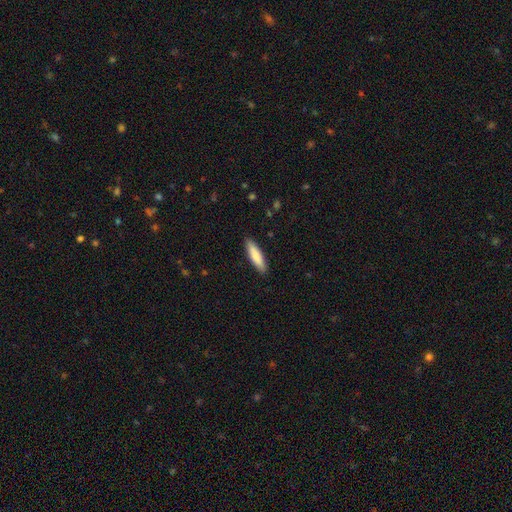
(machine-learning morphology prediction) Smooth or featured: smooth — 84% (featured or disk — 11%)
How rounded: cigar-shaped — 70% (in between — 29%)
Merging: none — 89% (minor disturbance — 8%)